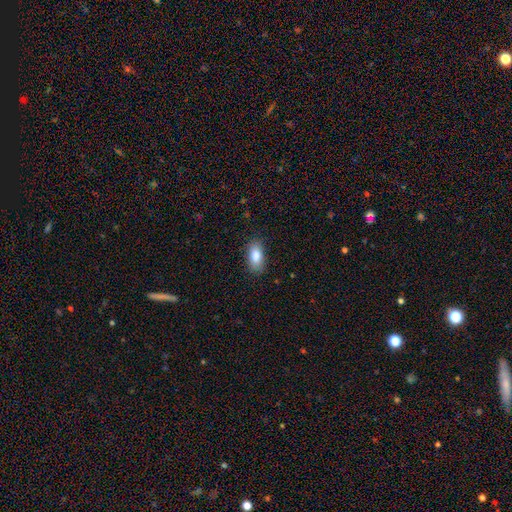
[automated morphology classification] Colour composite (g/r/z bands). It shows a smooth galaxy with no disk features (85%) that is in between round and cigar-shaped (89%). Merging: none (85%).